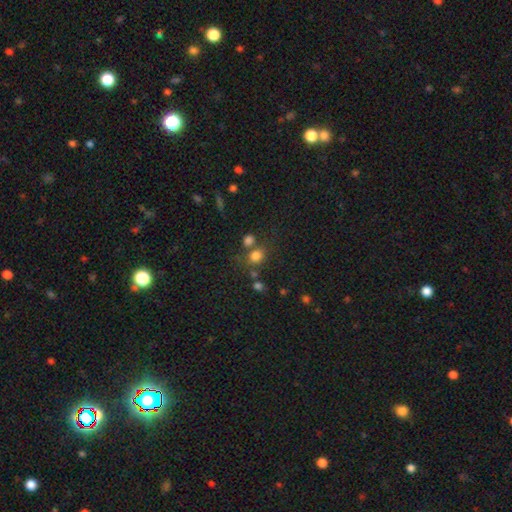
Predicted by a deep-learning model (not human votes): A smooth galaxy with no disk features (77%) that is round (69%).

Vote fractions:
- Smooth or featured? smooth: 77% / star or artifact: 15% / featured or disk: 8%
- How rounded? round: 69% / in between: 29% / cigar-shaped: 1%
- Merging? none: 60% / merger: 22% / minor disturbance: 12% / major disturbance: 6%